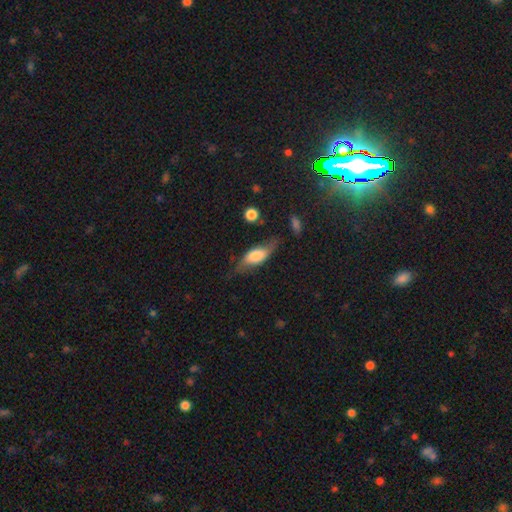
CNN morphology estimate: A smooth galaxy with no disk features (61%) that is in between round and cigar-shaped (74%). Merging: none (56%).